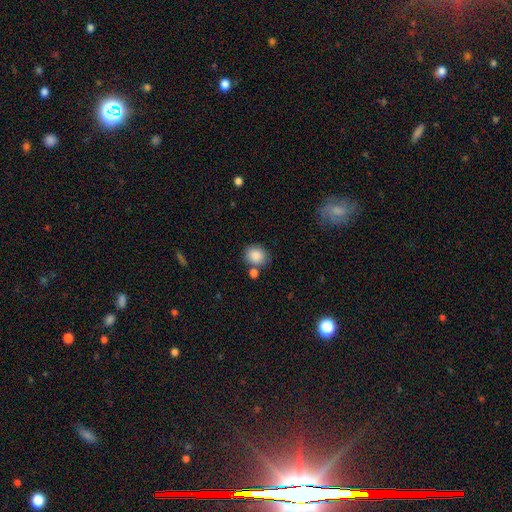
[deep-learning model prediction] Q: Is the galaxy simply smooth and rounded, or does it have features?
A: smooth — 87%.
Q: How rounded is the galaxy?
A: round — 73%.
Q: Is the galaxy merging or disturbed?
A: none — 71%.